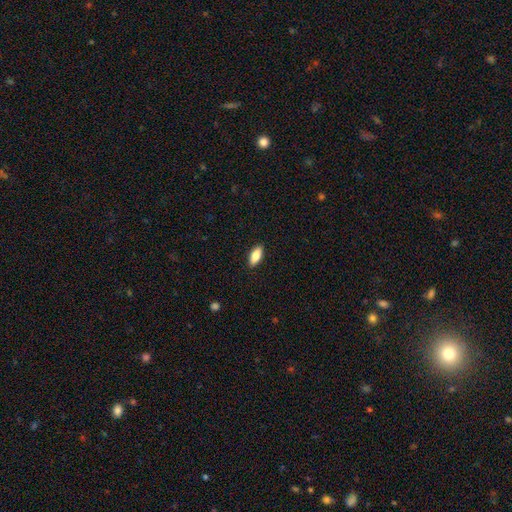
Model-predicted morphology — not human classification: A smooth galaxy with no disk features (80%) that is in between round and cigar-shaped (84%).

Vote fractions:
- Smooth or featured? smooth: 80% / featured or disk: 13% / star or artifact: 6%
- How rounded? in between: 84% / cigar-shaped: 14% / round: 2%
- Merging? none: 90% / minor disturbance: 7% / major disturbance: 2% / merger: 1%